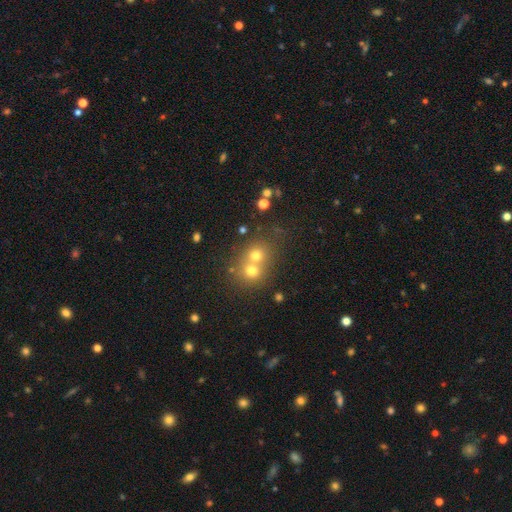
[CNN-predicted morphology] A smooth galaxy with no disk features (68%) that is round (79%).

Vote fractions:
- Smooth or featured? smooth: 68% / star or artifact: 16% / featured or disk: 16%
- How rounded? round: 79% / in between: 20% / cigar-shaped: 1%
- Merging? merger: 56% / none: 36% / minor disturbance: 5% / major disturbance: 3%